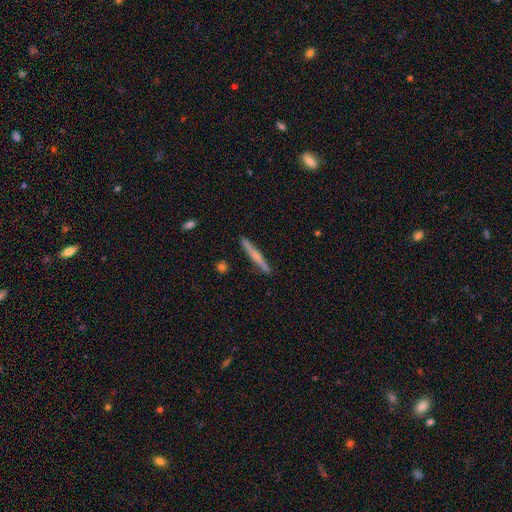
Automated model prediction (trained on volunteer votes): Smooth or featured? featured or disk (56%)
Edge-on disk? yes (97%)
Edge-on bulge? rounded (63%)
Merging? none (90%)